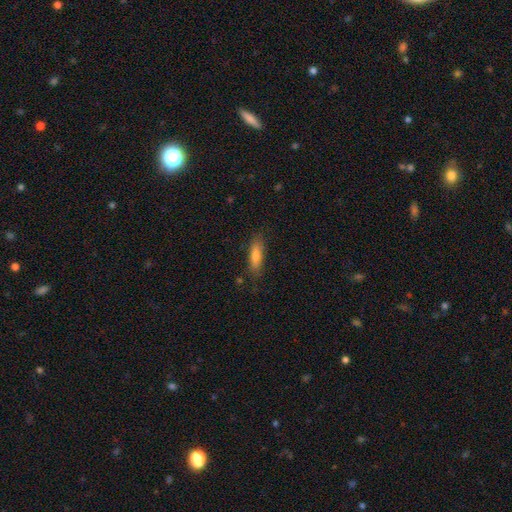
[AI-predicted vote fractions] This is likely a smooth galaxy (72%). How rounded: likely cigar-shaped (62%). Merging: clearly none (82%).